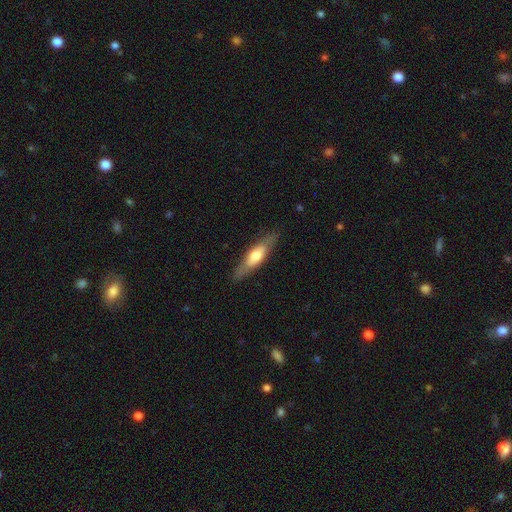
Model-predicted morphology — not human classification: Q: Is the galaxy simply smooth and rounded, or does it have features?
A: smooth — 50%.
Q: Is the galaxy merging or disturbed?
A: none — 83%.